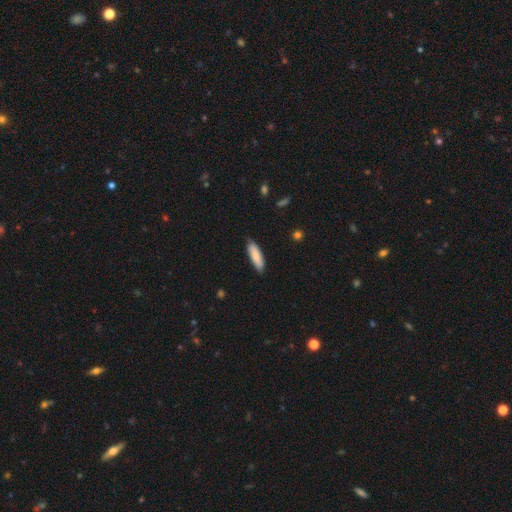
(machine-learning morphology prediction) Smooth or featured?
  - smooth: 81% *
  - featured or disk: 13%
  - star or artifact: 5%
How rounded?
  - cigar-shaped: 57% *
  - in between: 41%
  - round: 2%
Merging?
  - none: 84% *
  - minor disturbance: 12%
  - major disturbance: 2%
  - merger: 1%